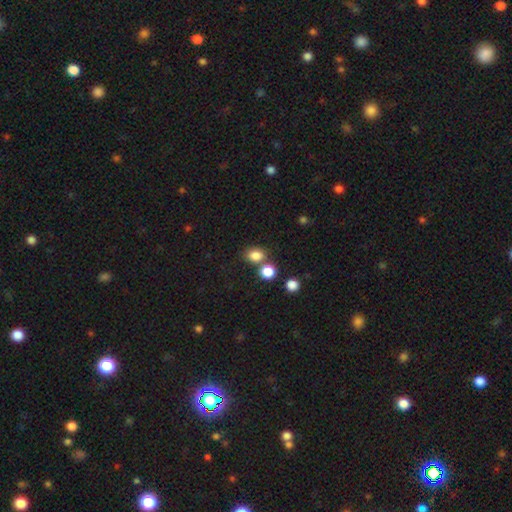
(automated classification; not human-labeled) Smooth or featured: smooth — 83% (star or artifact — 12%)
How rounded: in between — 50% (round — 48%)
Merging: none — 63% (merger — 23%)